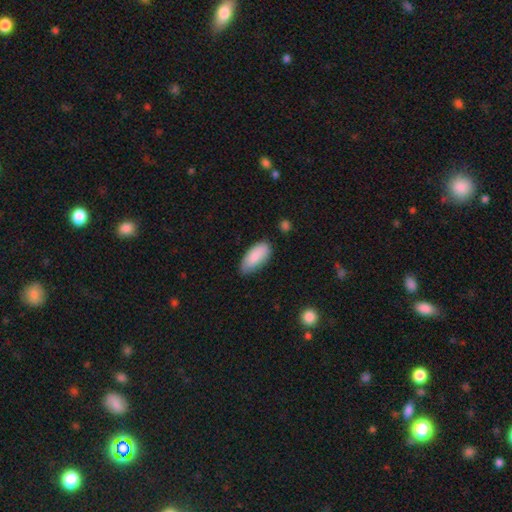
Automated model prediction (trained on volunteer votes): Morphology: type=smooth (88%); roundness=in between (88%); merging=none (76%).